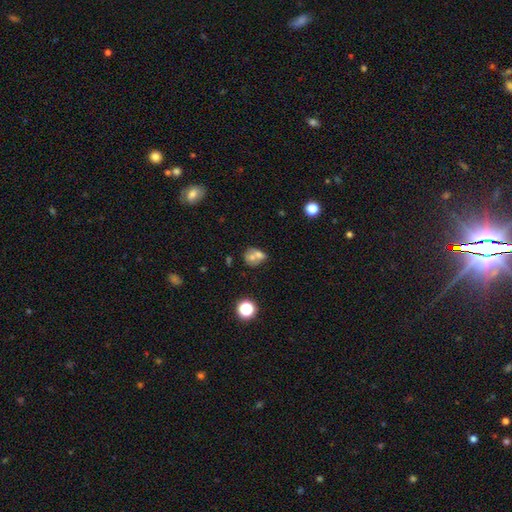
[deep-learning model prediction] Smooth or featured? Predicted: smooth (p=0.61). How rounded? Predicted: round (p=0.61). Merging? Predicted: merger (p=0.60).